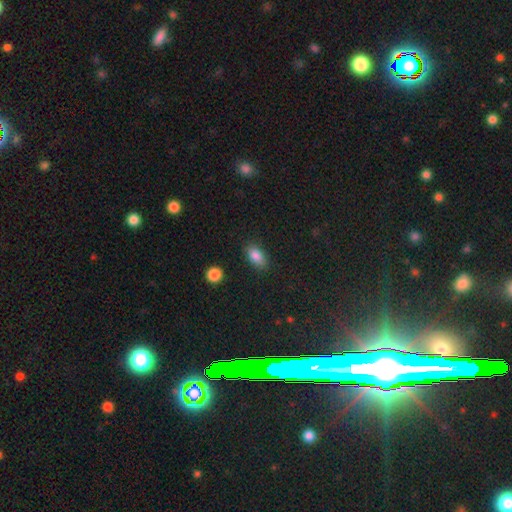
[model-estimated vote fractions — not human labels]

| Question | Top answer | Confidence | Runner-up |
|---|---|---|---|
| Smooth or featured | smooth | 86% | star or artifact (9%) |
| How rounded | in between | 89% | round (7%) |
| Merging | none | 84% | minor disturbance (11%) |